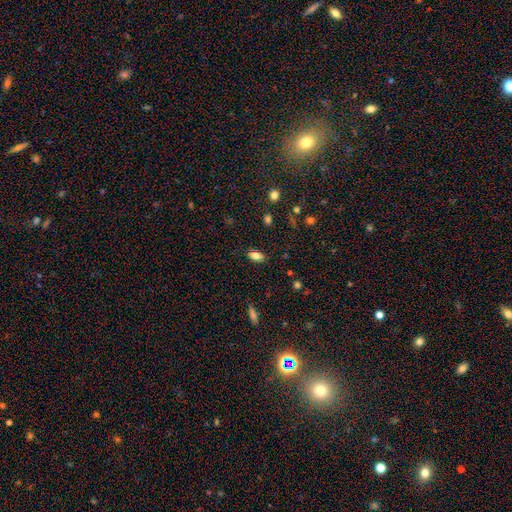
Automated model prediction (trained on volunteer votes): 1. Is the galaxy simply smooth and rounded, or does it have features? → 80% smooth, 10% star or artifact, 9% featured or disk.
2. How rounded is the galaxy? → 87% in between, 8% cigar-shaped, 5% round.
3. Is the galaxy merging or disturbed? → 85% none, 11% minor disturbance, 3% major disturbance, 1% merger.